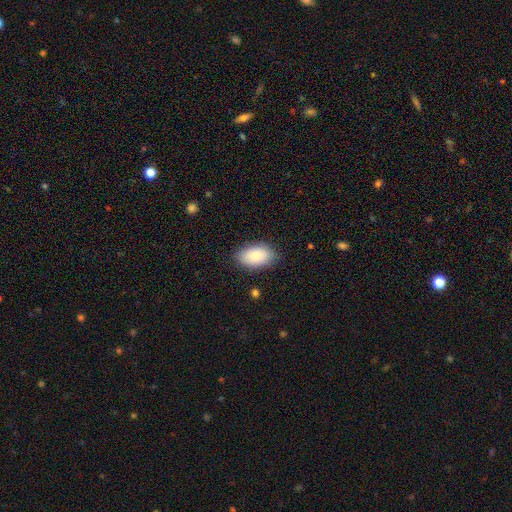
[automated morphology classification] type=smooth (83%); roundness=in between (93%); merging=none (84%).